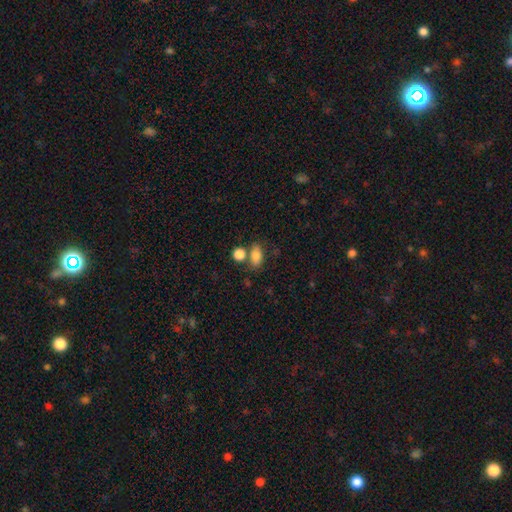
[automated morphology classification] smooth 81%, star or artifact 10%, featured or disk 9%. Down the decision tree: how rounded — in between (82%); merging — none (62%).